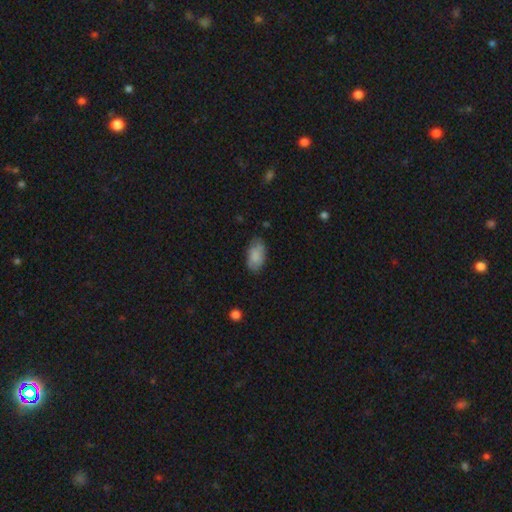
smooth_or_featured: smooth (p=0.77) [alt: featured or disk p=0.13]
how_rounded: in between (p=0.87) [alt: round p=0.07]
merging: none (p=0.57) [alt: minor disturbance p=0.31]